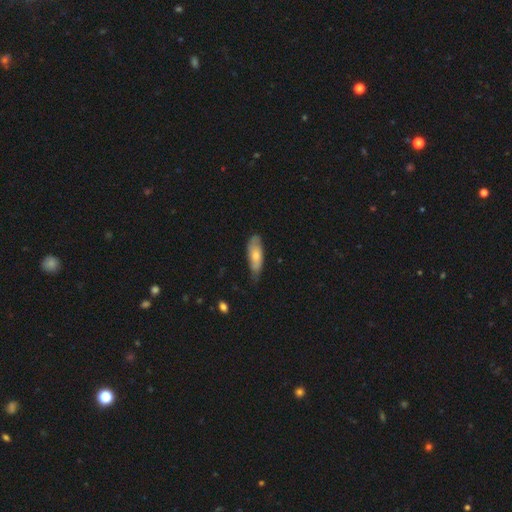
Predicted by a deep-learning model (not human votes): This appears to be a smooth galaxy with no disk features (61%) that is in between round and cigar-shaped (65%). Merging: none (60%).